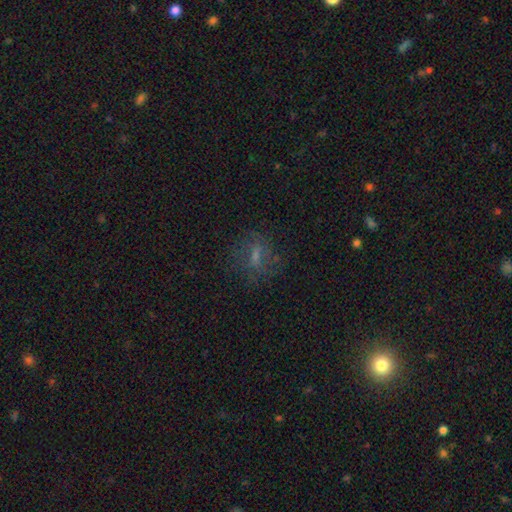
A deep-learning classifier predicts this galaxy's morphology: A smooth galaxy with no disk features (44%). Merging: none (72%).